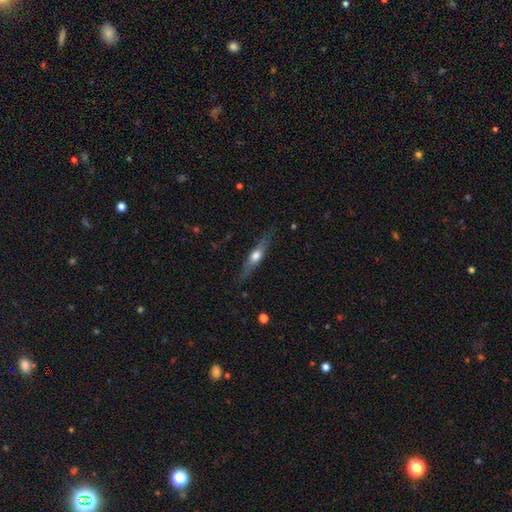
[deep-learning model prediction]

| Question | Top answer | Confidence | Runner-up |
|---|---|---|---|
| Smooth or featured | featured or disk | 51% | smooth (43%) |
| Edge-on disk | yes | 89% | no (11%) |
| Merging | none | 82% | minor disturbance (14%) |